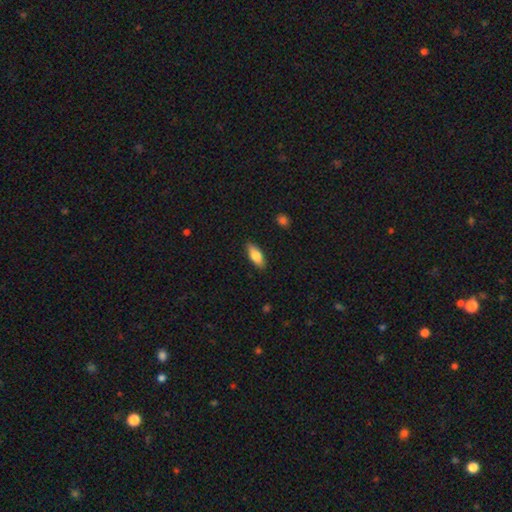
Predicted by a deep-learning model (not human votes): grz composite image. It shows a smooth galaxy with no disk features (78%) that is in between round and cigar-shaped (77%). Merging: none (87%).